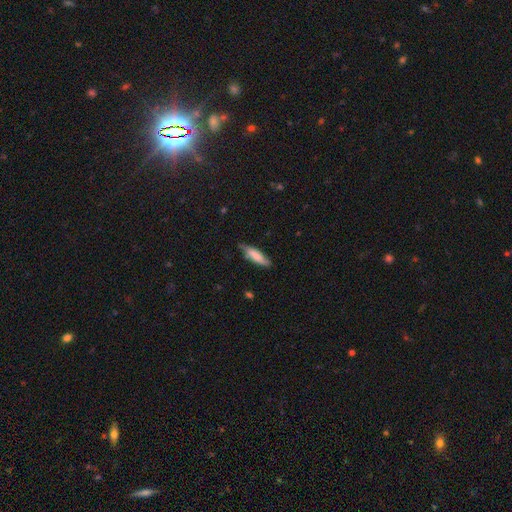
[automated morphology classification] A smooth galaxy with no disk features (73%) that is cigar-shaped (64%).

Vote fractions:
- Smooth or featured? smooth: 73% / featured or disk: 21% / star or artifact: 6%
- How rounded? cigar-shaped: 64% / in between: 35% / round: 2%
- Merging? none: 70% / minor disturbance: 24% / major disturbance: 4% / merger: 2%